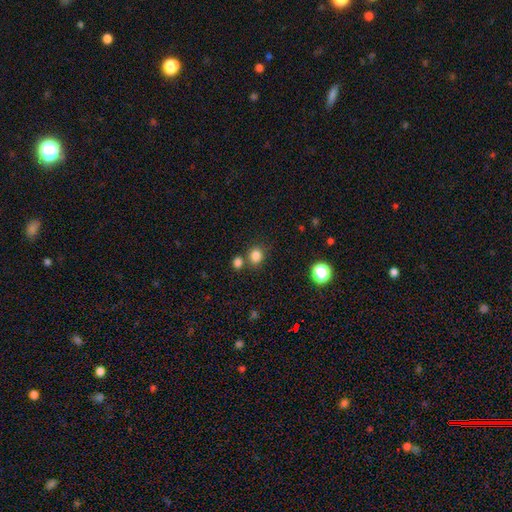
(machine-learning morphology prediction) A smooth galaxy with no disk features (82%) that is round (73%). Merging: none (69%).